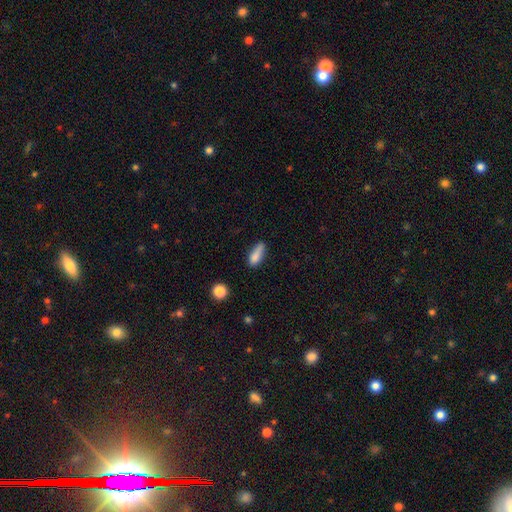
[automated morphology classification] smooth_or_featured: smooth (p=0.82) [alt: featured or disk p=0.09]
how_rounded: in between (p=0.61) [alt: cigar-shaped p=0.36]
merging: none (p=0.55) [alt: minor disturbance p=0.31]